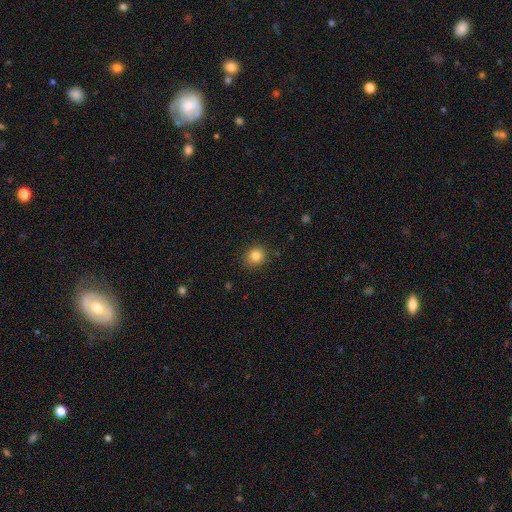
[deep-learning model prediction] This appears to be a smooth galaxy with no disk features (83%) that is round (78%). Merging: none (88%).